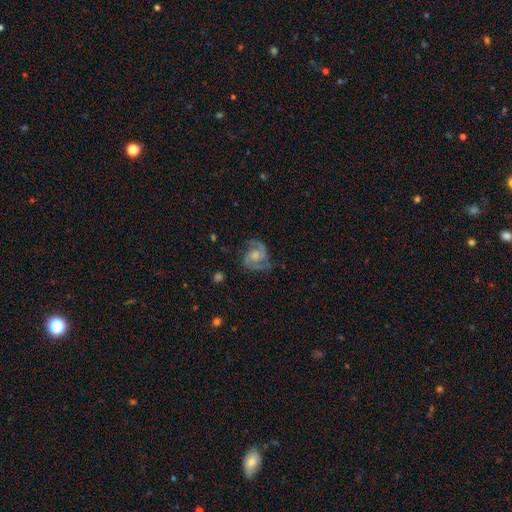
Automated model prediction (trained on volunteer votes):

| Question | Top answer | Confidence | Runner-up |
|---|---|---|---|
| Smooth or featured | featured or disk | 88% | smooth (7%) |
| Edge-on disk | no | 98% | yes (2%) |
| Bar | no | 61% | weak (32%) |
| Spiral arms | yes | 98% | no (2%) |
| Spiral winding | medium | 55% | tight (32%) |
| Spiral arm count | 2 | 89% | 3 (4%) |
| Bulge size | moderate | 45% | small (35%) |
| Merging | none | 71% | minor disturbance (19%) |